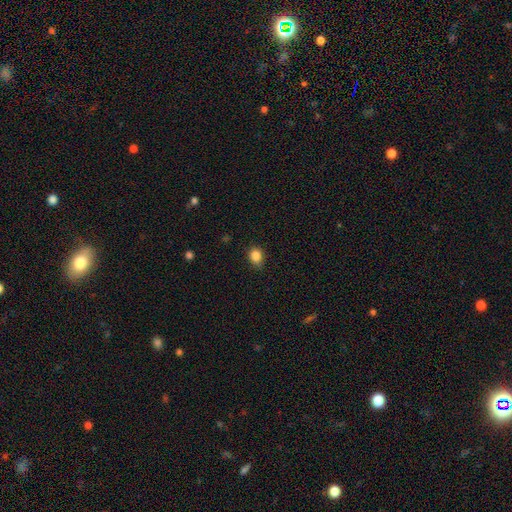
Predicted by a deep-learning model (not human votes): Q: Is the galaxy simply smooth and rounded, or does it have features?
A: smooth — 86%.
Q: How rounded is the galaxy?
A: round — 50%.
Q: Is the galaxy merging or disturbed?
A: none — 82%.